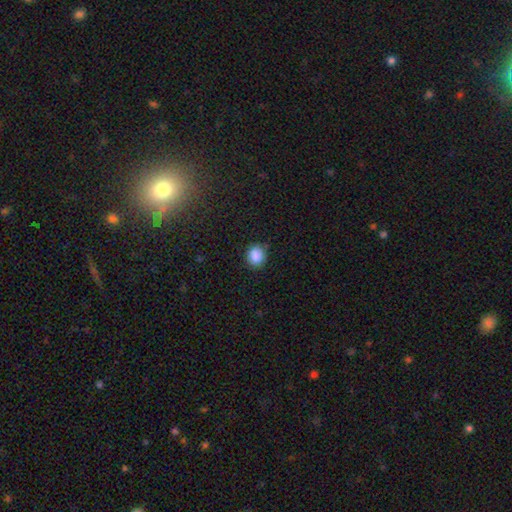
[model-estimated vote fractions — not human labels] This is clearly a smooth galaxy (87%). How rounded: likely round (75%). Merging: clearly none (81%).